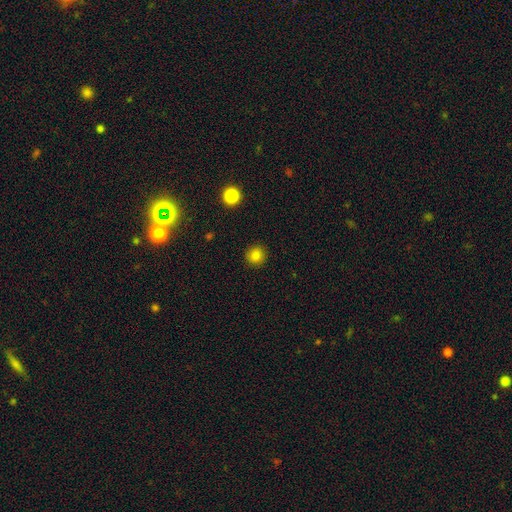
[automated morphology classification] Smooth or featured? smooth (82%)
How rounded? round (93%)
Merging? none (92%)